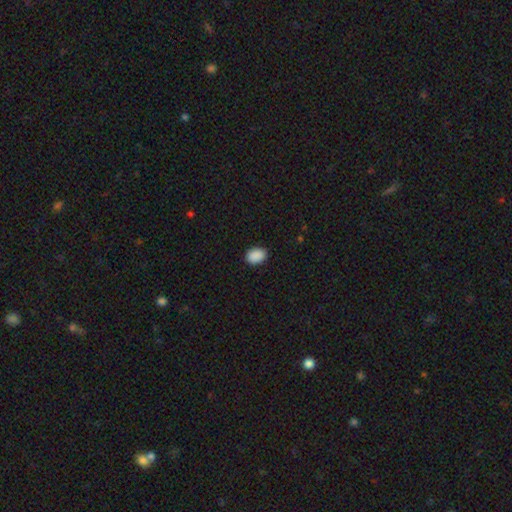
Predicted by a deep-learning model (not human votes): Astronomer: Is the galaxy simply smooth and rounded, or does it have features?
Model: smooth — 90%.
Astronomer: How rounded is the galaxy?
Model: in between — 75%.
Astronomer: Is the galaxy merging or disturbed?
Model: none — 88%.